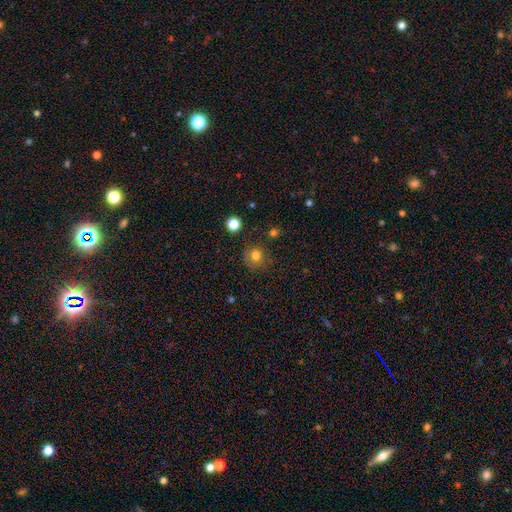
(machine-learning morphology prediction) smooth 76%, star or artifact 14%, featured or disk 10%. Down the decision tree: how rounded — round (89%); merging — none (75%).